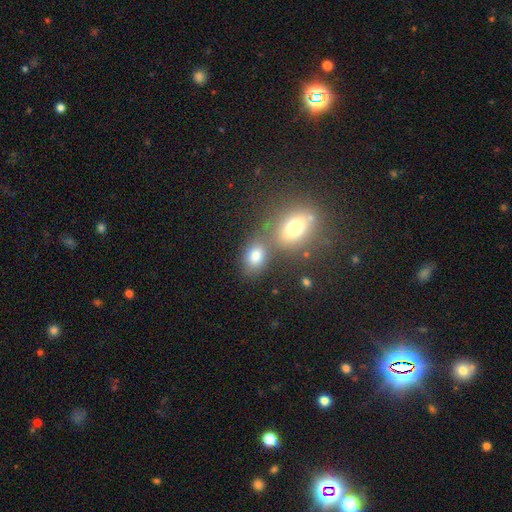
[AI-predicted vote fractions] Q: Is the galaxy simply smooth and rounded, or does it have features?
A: smooth — 78%.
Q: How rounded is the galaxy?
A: in between — 67%.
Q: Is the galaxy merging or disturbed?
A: none — 50%.